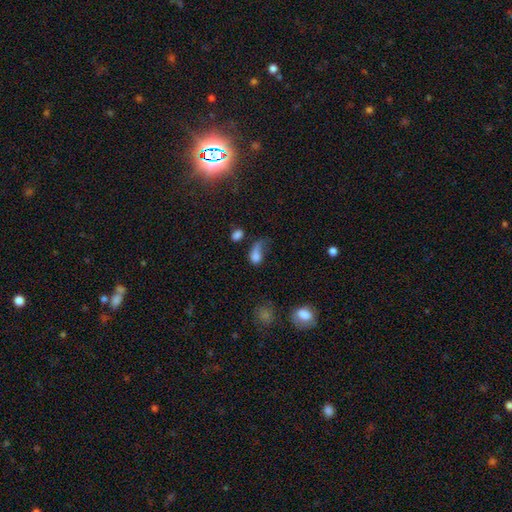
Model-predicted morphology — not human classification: type=smooth (71%); roundness=in between (75%); merging=major disturbance (47%).